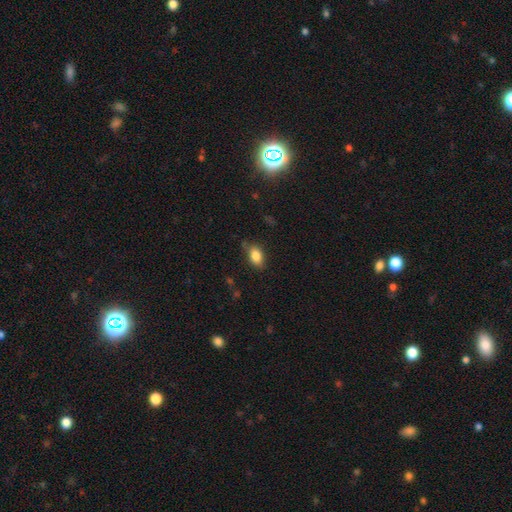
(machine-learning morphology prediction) A smooth galaxy with no disk features (85%) that is in between round and cigar-shaped (87%). Merging: none (76%).